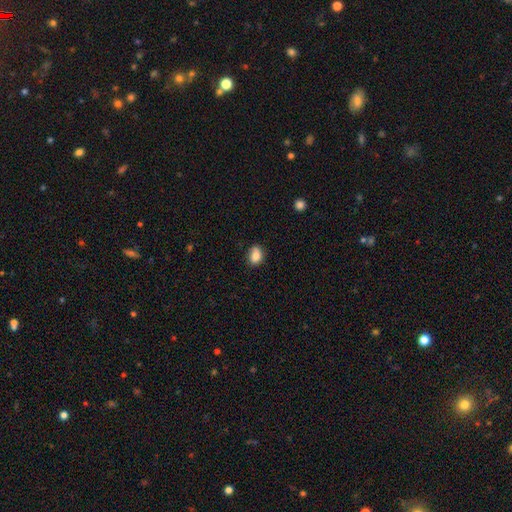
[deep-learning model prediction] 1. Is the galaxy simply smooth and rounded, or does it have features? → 82% smooth, 9% star or artifact, 9% featured or disk.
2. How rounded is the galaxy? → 62% in between, 37% round, 1% cigar-shaped.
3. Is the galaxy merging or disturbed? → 62% none, 26% minor disturbance, 7% merger, 6% major disturbance.